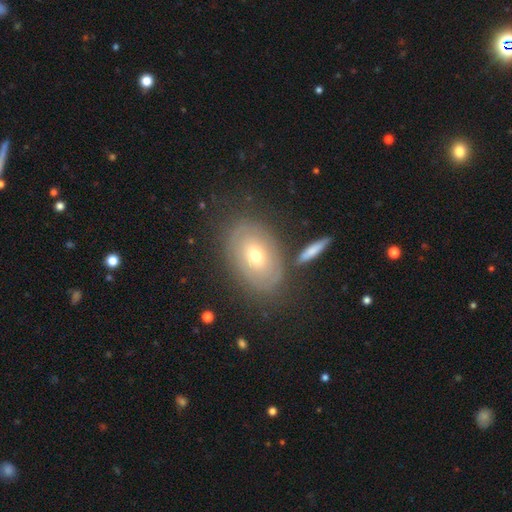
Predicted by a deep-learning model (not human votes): Overall: featured or disk (52%; smooth 39%). Edge-on disk: no (90%). Merging: none (75%).